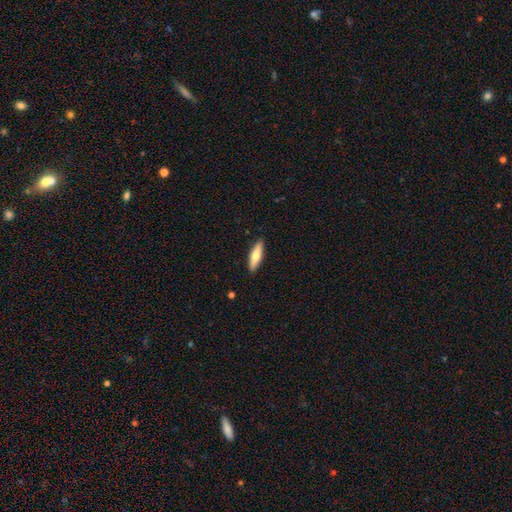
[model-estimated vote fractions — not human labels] smooth 63%, featured or disk 31%, star or artifact 6%. Down the decision tree: how rounded — cigar-shaped (64%); merging — none (90%).